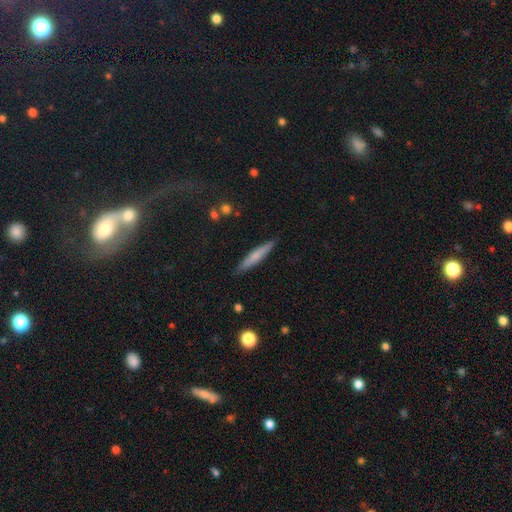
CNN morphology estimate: Smooth or featured?
  - smooth: 63% *
  - featured or disk: 31%
  - star or artifact: 7%
How rounded?
  - cigar-shaped: 92% *
  - in between: 6%
  - round: 2%
Merging?
  - none: 88% *
  - minor disturbance: 9%
  - major disturbance: 2%
  - merger: 1%